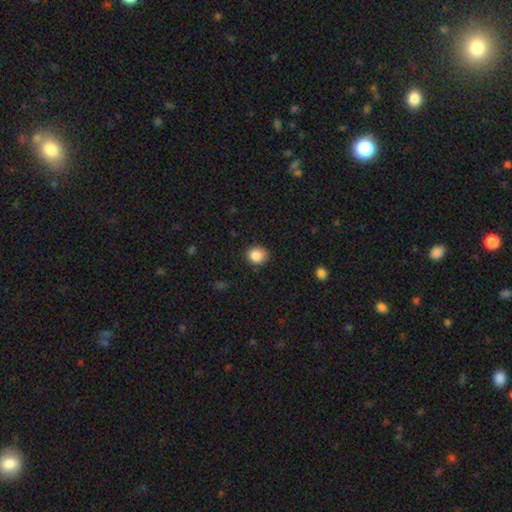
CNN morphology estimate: Smooth or featured?
  - smooth: 87% *
  - star or artifact: 9%
  - featured or disk: 4%
How rounded?
  - round: 74% *
  - in between: 25%
  - cigar-shaped: 1%
Merging?
  - none: 85% *
  - minor disturbance: 11%
  - major disturbance: 2%
  - merger: 1%